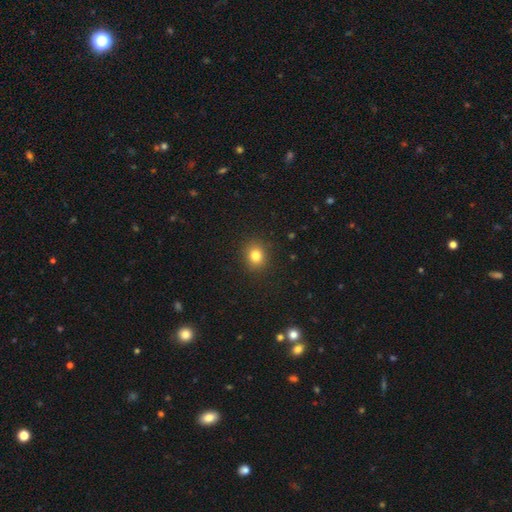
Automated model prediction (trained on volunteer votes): This is clearly a smooth galaxy (81%). How rounded: likely round (75%). Merging: clearly none (90%).